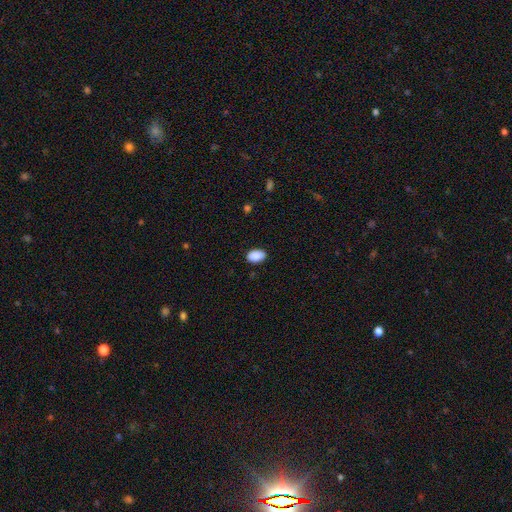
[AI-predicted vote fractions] A smooth galaxy with no disk features (90%) that is in between round and cigar-shaped (90%).

Vote fractions:
- Smooth or featured? smooth: 90% / star or artifact: 7% / featured or disk: 3%
- How rounded? in between: 90% / round: 9% / cigar-shaped: 1%
- Merging? none: 85% / minor disturbance: 11% / major disturbance: 2% / merger: 1%